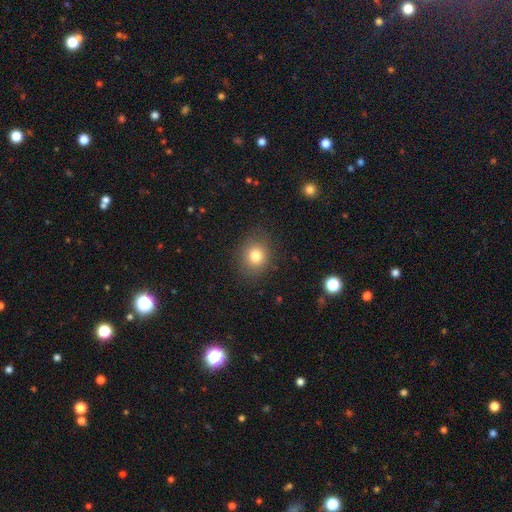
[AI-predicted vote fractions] The model was most divided on "how rounded": round: 71%, in between: 28%, cigar-shaped: 1%. More confident: merging — none (86%); smooth or featured — smooth (79%).